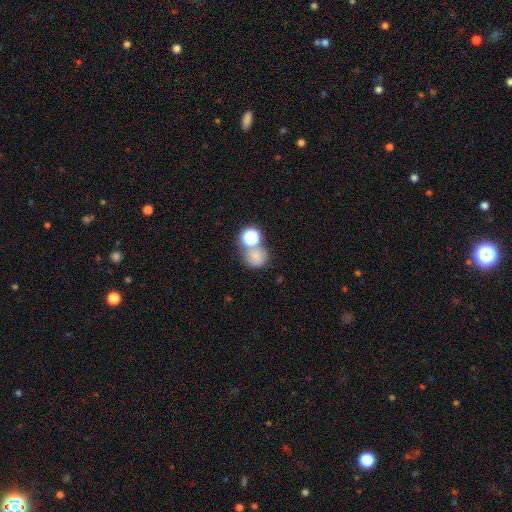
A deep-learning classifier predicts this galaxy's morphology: A smooth galaxy with no disk features (69%) that is round (76%).

Vote fractions:
- Smooth or featured? smooth: 69% / star or artifact: 19% / featured or disk: 12%
- How rounded? round: 76% / in between: 23% / cigar-shaped: 1%
- Merging? none: 48% / merger: 34% / minor disturbance: 12% / major disturbance: 7%